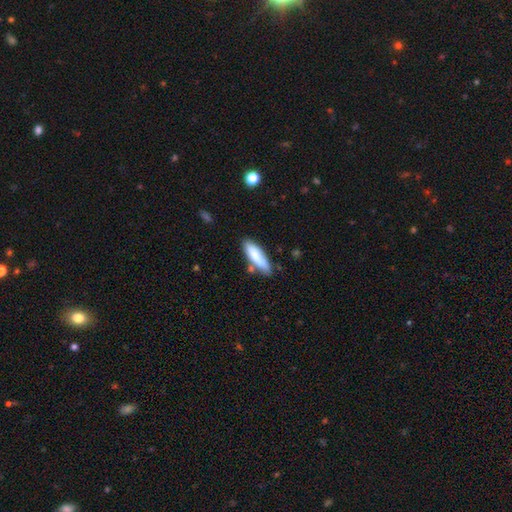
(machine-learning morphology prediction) smooth-or-featured: smooth: 82% | featured or disk: 12% | star or artifact: 6%
  how-rounded: cigar-shaped: 53% | in between: 45% | round: 2%
  merging: none: 72% | minor disturbance: 17% | merger: 8% | major disturbance: 3%